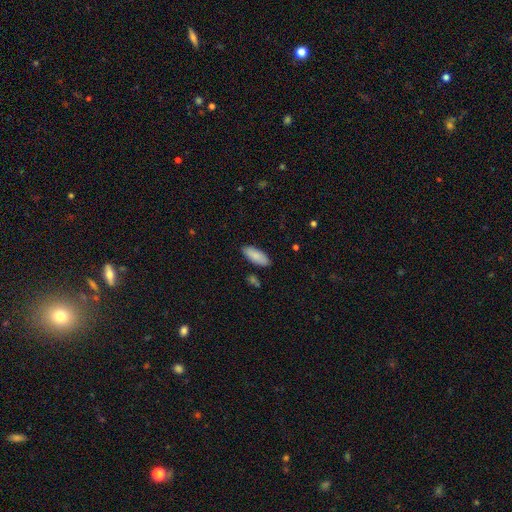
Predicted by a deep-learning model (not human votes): A smooth galaxy with no disk features (87%) that is in between round and cigar-shaped (78%).

Vote fractions:
- Smooth or featured? smooth: 87% / featured or disk: 7% / star or artifact: 6%
- How rounded? in between: 78% / cigar-shaped: 20% / round: 2%
- Merging? none: 87% / minor disturbance: 9% / major disturbance: 2% / merger: 2%